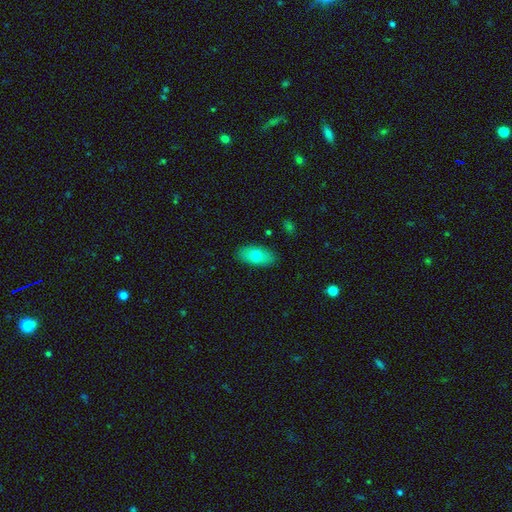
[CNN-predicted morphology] This appears to be a smooth galaxy with no disk features (73%) that is in between round and cigar-shaped (91%). Merging: none (87%).